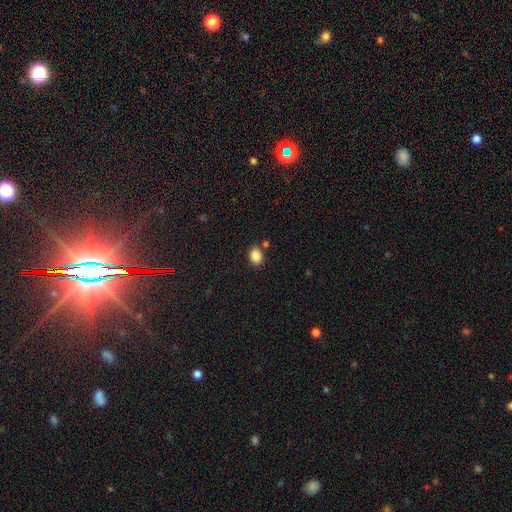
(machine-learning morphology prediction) This appears to be a smooth galaxy with no disk features (87%) that is in between round and cigar-shaped (59%). Merging: none (80%).